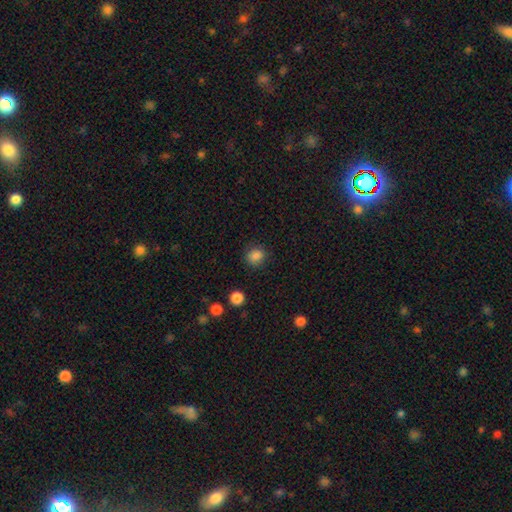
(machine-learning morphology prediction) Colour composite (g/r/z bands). It shows a smooth galaxy with no disk features (85%) that is round (83%). Merging: none (88%).